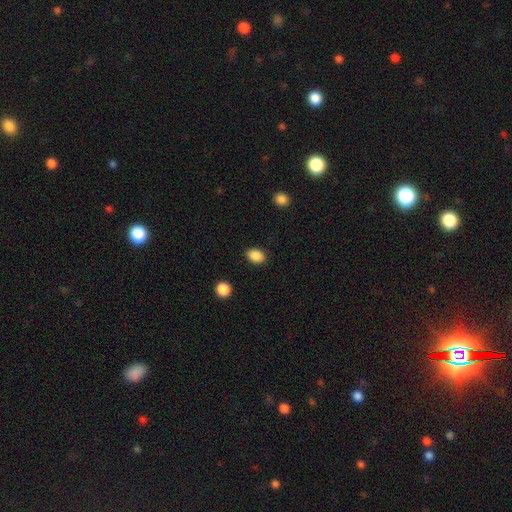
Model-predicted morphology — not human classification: A smooth galaxy with no disk features (88%) that is in between round and cigar-shaped (72%). Merging: none (87%).